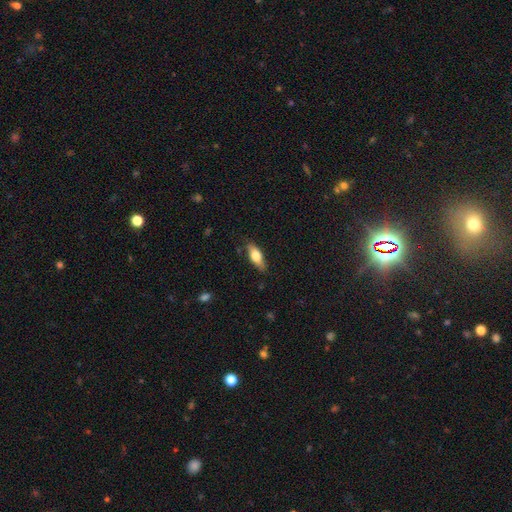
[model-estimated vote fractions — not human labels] Smooth or featured?
  - smooth: 65% *
  - featured or disk: 29%
  - star or artifact: 6%
How rounded?
  - in between: 65% *
  - cigar-shaped: 32%
  - round: 3%
Merging?
  - none: 82% *
  - minor disturbance: 14%
  - major disturbance: 3%
  - merger: 1%